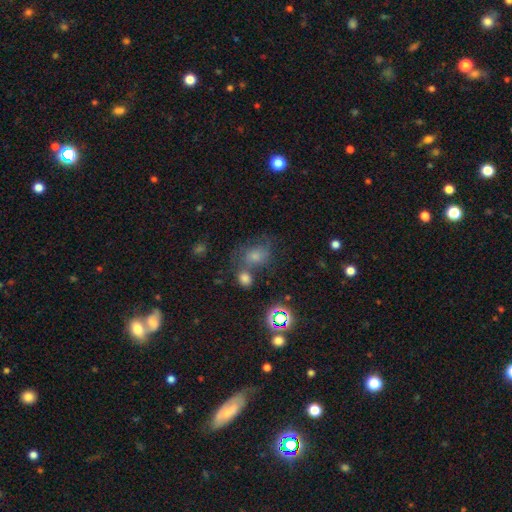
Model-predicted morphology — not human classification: Smooth or featured? Predicted: smooth (p=0.65). How rounded? Predicted: in between (p=0.53). Merging? Predicted: none (p=0.38).